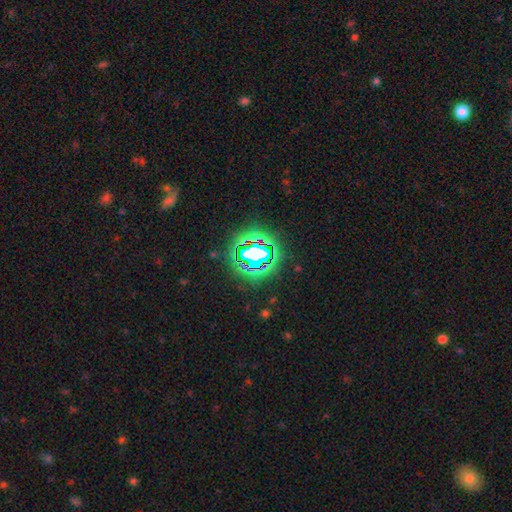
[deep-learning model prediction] This is clearly a star or artifact rather than a galaxy (81%).